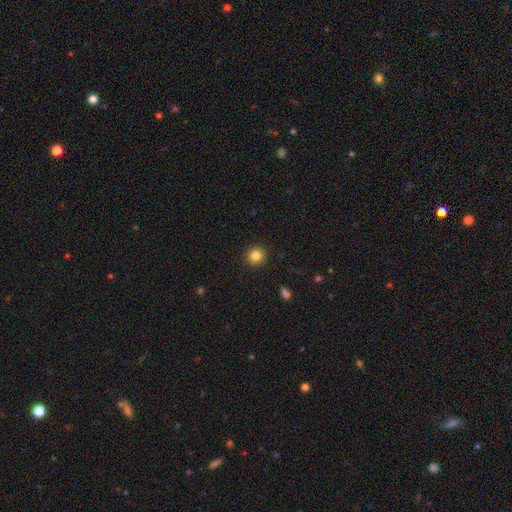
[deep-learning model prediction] Smooth or featured? smooth (85%)
How rounded? round (93%)
Merging? none (92%)